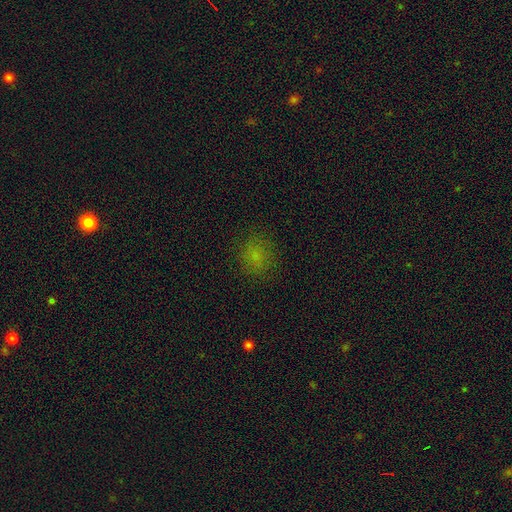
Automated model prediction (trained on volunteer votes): A smooth galaxy with no disk features (73%) that is round (74%).

Vote fractions:
- Smooth or featured? smooth: 73% / star or artifact: 19% / featured or disk: 8%
- How rounded? round: 74% / in between: 25% / cigar-shaped: 1%
- Merging? none: 81% / minor disturbance: 13% / major disturbance: 5% / merger: 1%